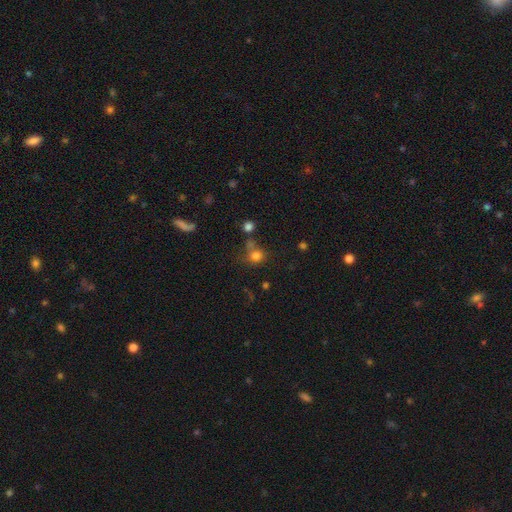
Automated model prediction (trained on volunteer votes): Smooth or featured?
  - smooth: 77% *
  - star or artifact: 15%
  - featured or disk: 8%
How rounded?
  - round: 77% *
  - in between: 21%
  - cigar-shaped: 1%
Merging?
  - none: 56% *
  - merger: 21%
  - minor disturbance: 15%
  - major disturbance: 8%